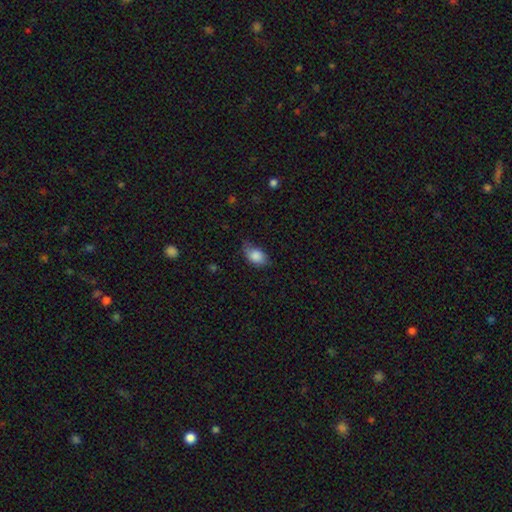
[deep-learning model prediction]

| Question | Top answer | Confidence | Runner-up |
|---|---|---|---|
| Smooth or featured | smooth | 84% | featured or disk (9%) |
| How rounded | in between | 86% | round (12%) |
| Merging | none | 52% | minor disturbance (37%) |